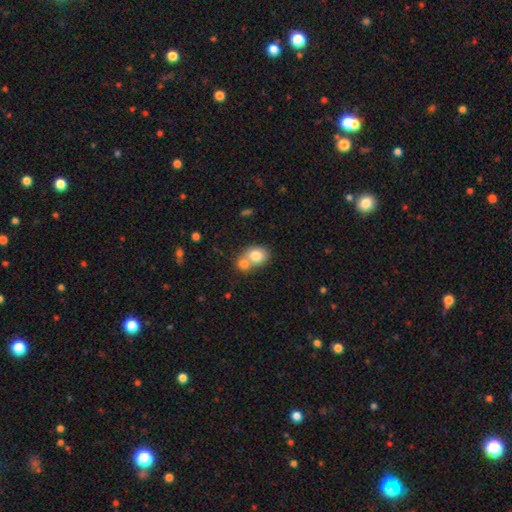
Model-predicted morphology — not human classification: smooth_or_featured: smooth (p=0.78) [alt: featured or disk p=0.13]
how_rounded: round (p=0.53) [alt: in between p=0.46]
merging: merger (p=0.59) [alt: none p=0.31]